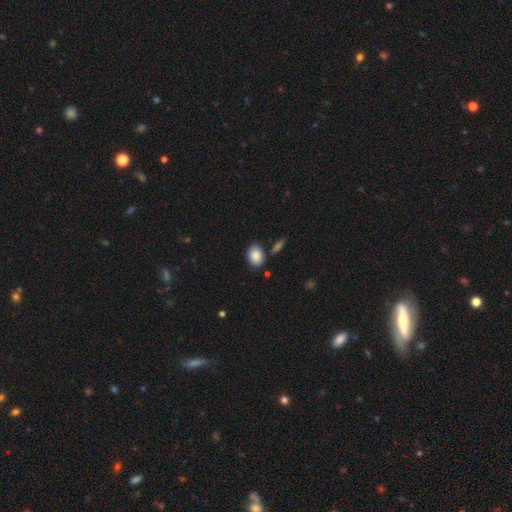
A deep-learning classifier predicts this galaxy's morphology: smooth-or-featured: smooth: 87% | star or artifact: 7% | featured or disk: 6%
  how-rounded: in between: 74% | round: 24% | cigar-shaped: 1%
  merging: none: 79% | minor disturbance: 12% | merger: 6% | major disturbance: 3%